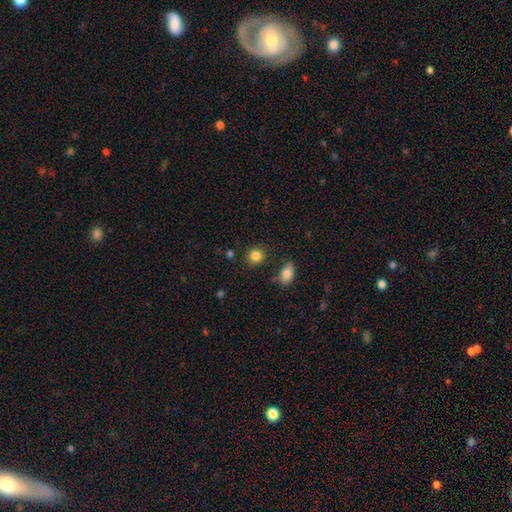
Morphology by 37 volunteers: This appears to be a smooth galaxy with no disk features (97%) that is round (83%). Merging: none (86%).